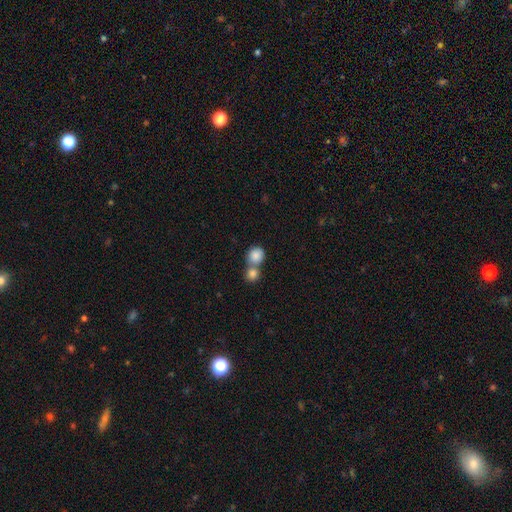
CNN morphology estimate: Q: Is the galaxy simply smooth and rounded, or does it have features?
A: smooth — 84%.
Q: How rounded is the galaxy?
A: round — 86%.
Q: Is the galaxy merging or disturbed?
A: merger — 54%.